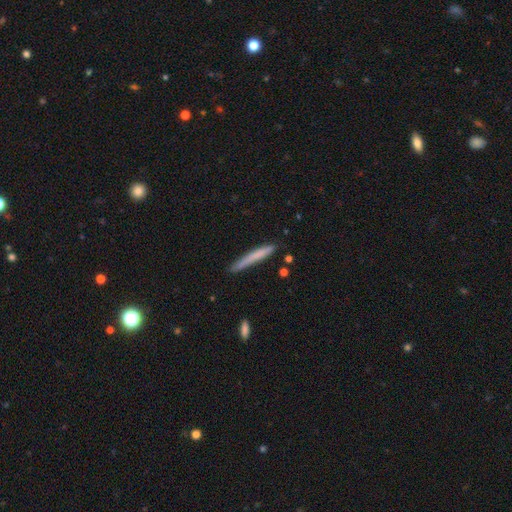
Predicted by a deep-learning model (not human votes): Smooth or featured? Predicted: smooth (p=0.69). How rounded? Predicted: cigar-shaped (p=0.96). Merging? Predicted: none (p=0.79).